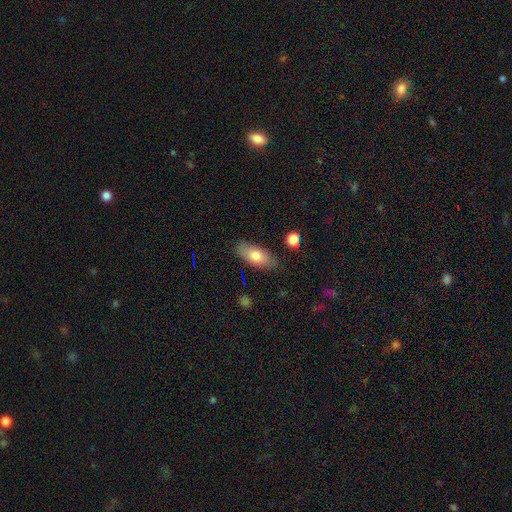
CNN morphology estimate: Smooth or featured? Predicted: smooth (p=0.77). How rounded? Predicted: in between (p=0.85). Merging? Predicted: none (p=0.80).